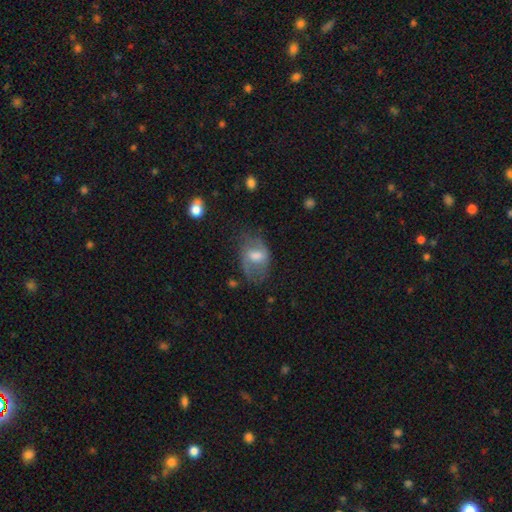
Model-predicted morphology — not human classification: A featured or disk galaxy (52%).

Vote fractions:
- Smooth or featured? featured or disk: 52% / smooth: 39% / star or artifact: 9%
- Edge-on disk? no: 94% / yes: 6%
- Merging? none: 55% / minor disturbance: 26% / major disturbance: 17% / merger: 2%